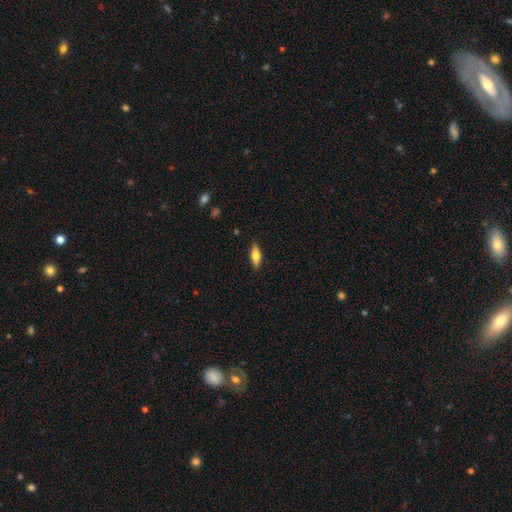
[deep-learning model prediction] A smooth galaxy with no disk features (64%) that is in between round and cigar-shaped (62%). Merging: none (87%).